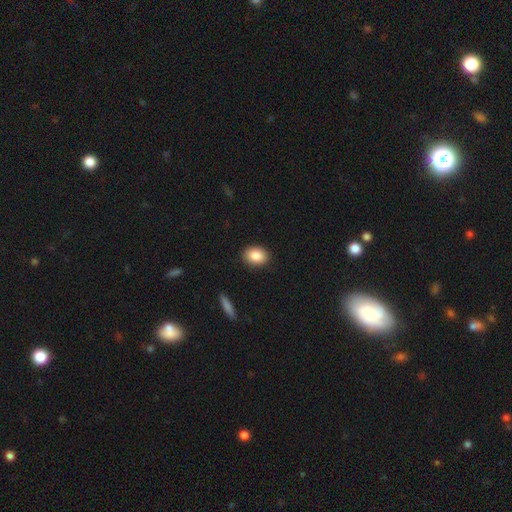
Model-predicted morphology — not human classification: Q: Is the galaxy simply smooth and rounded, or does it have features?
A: smooth — 87%.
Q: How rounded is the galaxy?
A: in between — 68%.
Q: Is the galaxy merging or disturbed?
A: none — 89%.